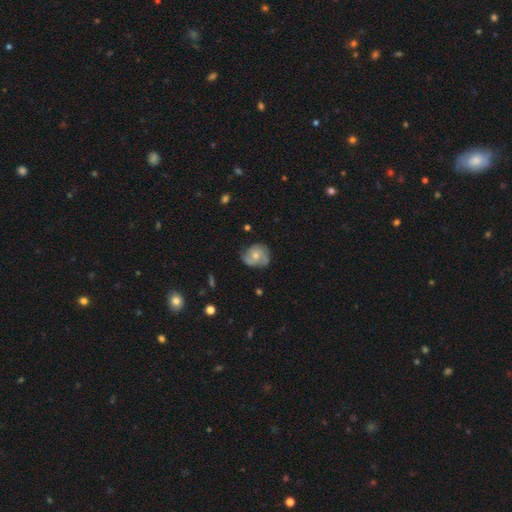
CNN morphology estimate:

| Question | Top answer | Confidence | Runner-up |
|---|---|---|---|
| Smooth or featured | featured or disk | 58% | smooth (35%) |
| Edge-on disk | no | 97% | yes (3%) |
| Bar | no | 77% | weak (20%) |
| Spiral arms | yes | 83% | no (17%) |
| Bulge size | moderate | 58% | small (34%) |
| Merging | none | 64% | minor disturbance (26%) |